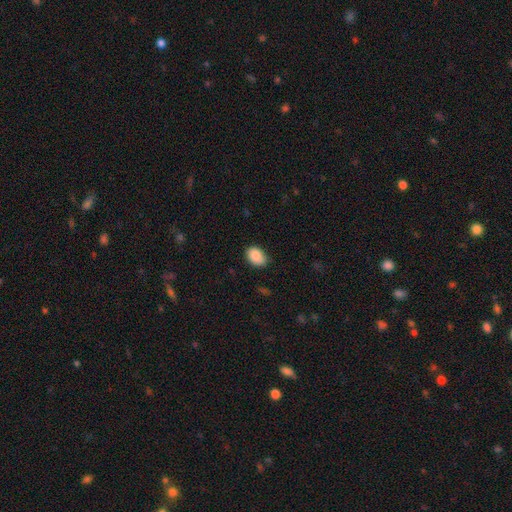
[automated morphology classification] Smooth or featured?
  - smooth: 88% *
  - star or artifact: 8%
  - featured or disk: 5%
How rounded?
  - in between: 79% *
  - round: 20%
  - cigar-shaped: 1%
Merging?
  - none: 76% *
  - minor disturbance: 20%
  - major disturbance: 3%
  - merger: 1%